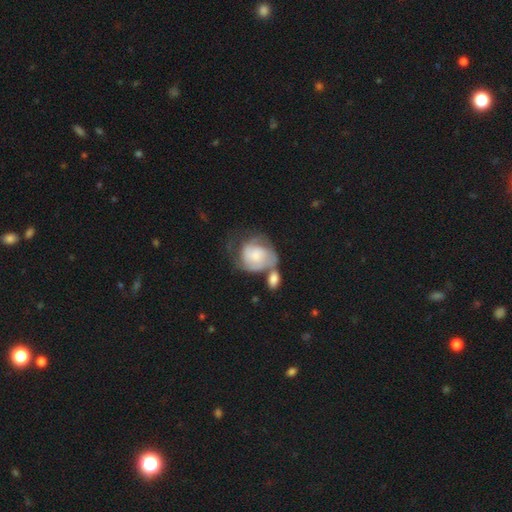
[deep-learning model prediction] Q: Smooth or featured?
A: featured or disk (58%); runner-up: smooth (36%)
Q: Edge-on disk?
A: no (97%); runner-up: yes (3%)
Q: Bar?
A: no (74%); runner-up: weak (22%)
Q: Spiral arms?
A: yes (82%); runner-up: no (18%)
Q: Bulge size?
A: small (29%); runner-up: moderate (23%)
Q: Merging?
A: merger (32%); runner-up: none (27%)